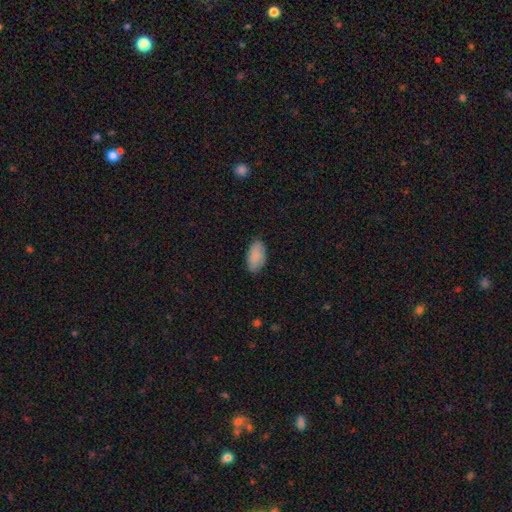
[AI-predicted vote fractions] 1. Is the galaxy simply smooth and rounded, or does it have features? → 88% smooth, 6% star or artifact, 5% featured or disk.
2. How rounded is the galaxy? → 95% in between, 3% round, 3% cigar-shaped.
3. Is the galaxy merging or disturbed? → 84% none, 13% minor disturbance, 2% major disturbance, 1% merger.